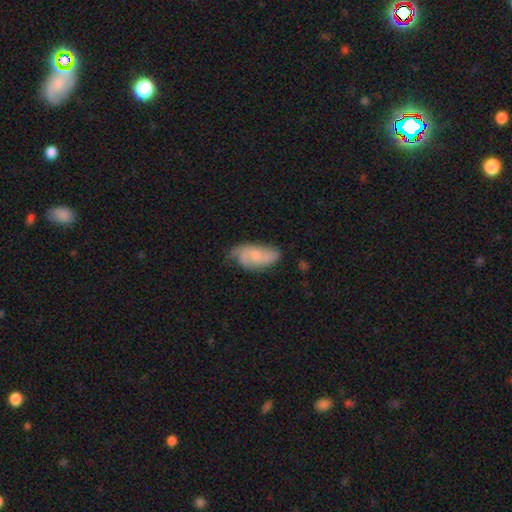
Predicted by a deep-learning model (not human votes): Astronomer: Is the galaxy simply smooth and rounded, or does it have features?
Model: featured or disk — 55% (runner-up: smooth, 38%).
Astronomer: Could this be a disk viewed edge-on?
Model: no — 94%.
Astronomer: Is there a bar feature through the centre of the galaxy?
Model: no — 67%.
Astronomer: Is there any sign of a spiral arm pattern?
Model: yes — 87%.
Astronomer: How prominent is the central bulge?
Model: small — 49% (runner-up: moderate, 31%).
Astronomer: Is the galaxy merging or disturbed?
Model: none — 54% (runner-up: minor disturbance, 31%).